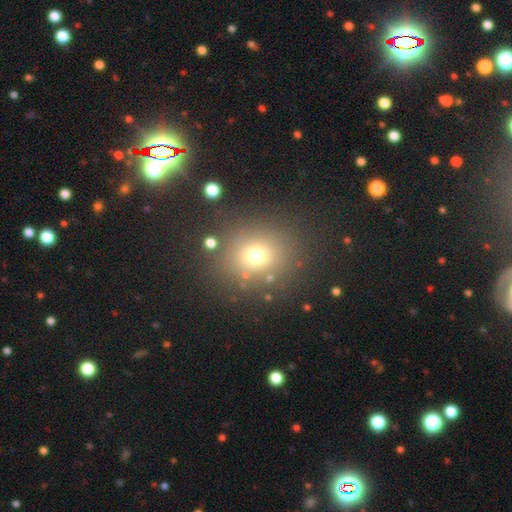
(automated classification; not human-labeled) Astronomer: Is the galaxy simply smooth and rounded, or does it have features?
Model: smooth — 70%.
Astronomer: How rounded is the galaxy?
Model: round — 77%.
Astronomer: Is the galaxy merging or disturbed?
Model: none — 81%.